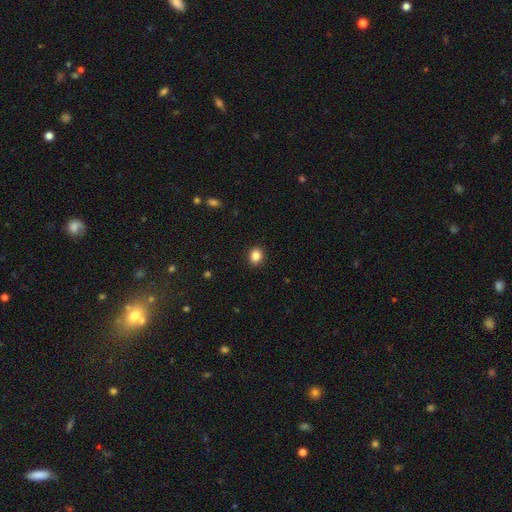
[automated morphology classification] The model was most divided on "how rounded": round: 56%, in between: 43%, cigar-shaped: 1%. More confident: merging — none (91%); smooth or featured — smooth (87%).